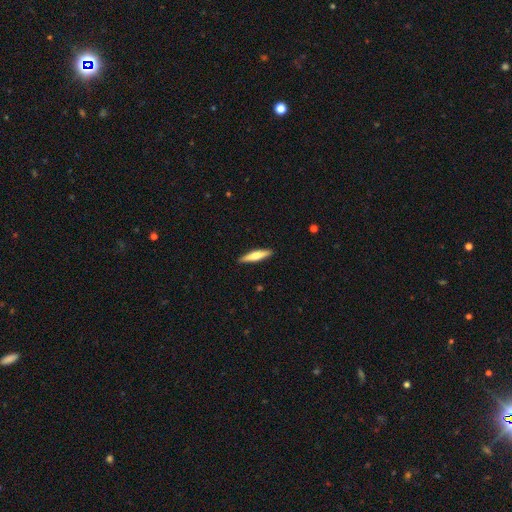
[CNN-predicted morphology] This is possibly a smooth galaxy (57%). How rounded: clearly cigar-shaped (84%). Merging: clearly none (90%).